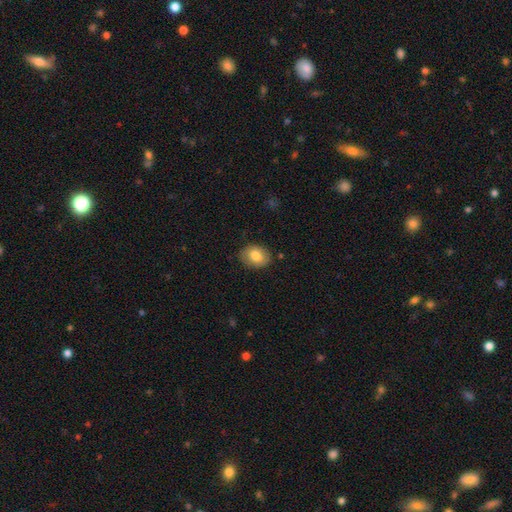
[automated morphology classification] Smooth or featured?
  - smooth: 79% *
  - featured or disk: 13%
  - star or artifact: 7%
How rounded?
  - in between: 63% *
  - round: 36%
  - cigar-shaped: 1%
Merging?
  - none: 84% *
  - minor disturbance: 12%
  - major disturbance: 3%
  - merger: 1%